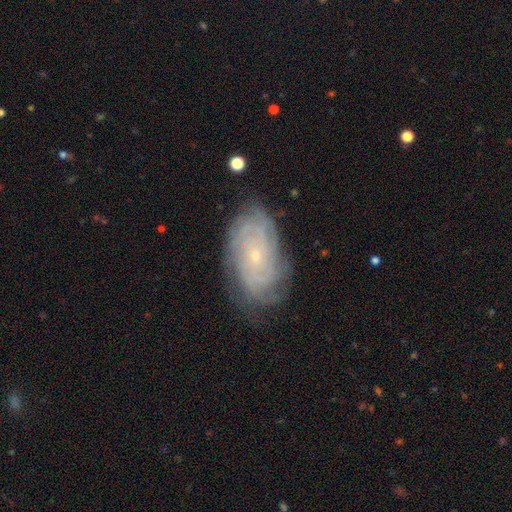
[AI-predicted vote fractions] Overall: featured or disk (79%). Edge-on disk: no (95%). Bar: no (81%). Spiral arms: yes (93%). Spiral arm count: can't tell (42%; 4 19%). Spiral winding: tight (77%). Bulge size: small (83%). Merging: none (77%).